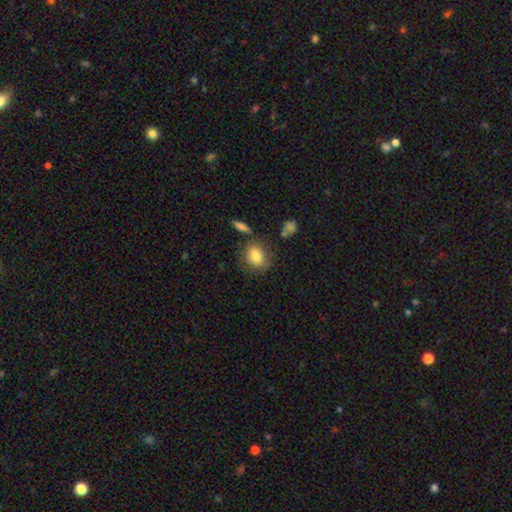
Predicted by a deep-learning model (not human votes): Smooth or featured? Predicted: smooth (p=0.79). How rounded? Predicted: in between (p=0.50). Merging? Predicted: none (p=0.69).